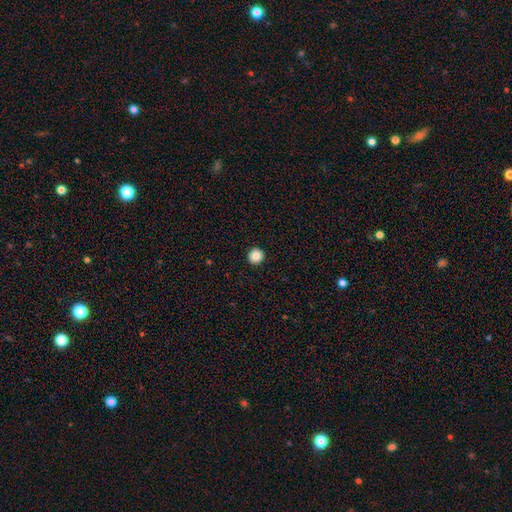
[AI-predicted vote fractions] smooth-or-featured: smooth: 86% | star or artifact: 10% | featured or disk: 4%
  how-rounded: round: 95% | in between: 4% | cigar-shaped: 1%
  merging: none: 94% | minor disturbance: 4% | major disturbance: 1% | merger: 1%